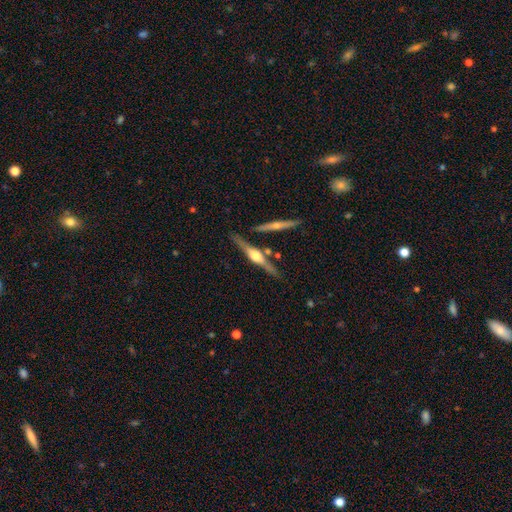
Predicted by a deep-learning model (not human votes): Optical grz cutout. It shows a featured or disk galaxy (80%) viewed edge-on (98%) with a rounded central bulge (91%). Merging: none (79%).